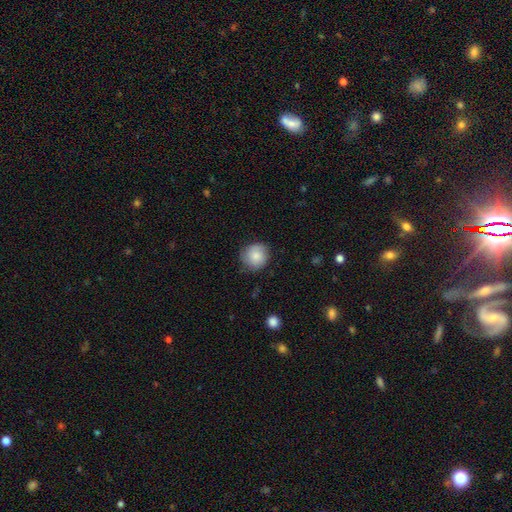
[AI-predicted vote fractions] Q: Smooth or featured?
A: smooth (80%); runner-up: featured or disk (13%)
Q: How rounded?
A: round (89%); runner-up: in between (10%)
Q: Merging?
A: none (80%); runner-up: minor disturbance (16%)